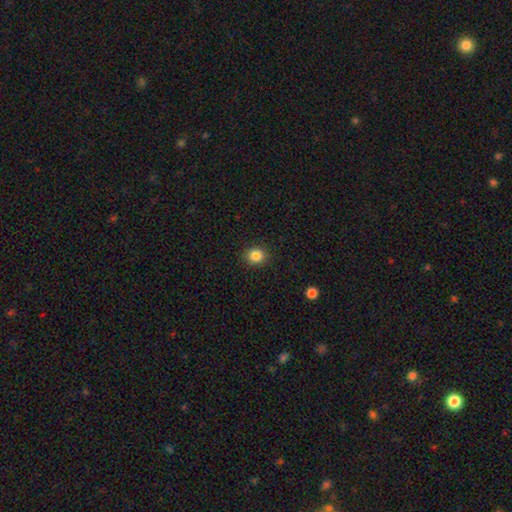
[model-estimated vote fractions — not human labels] Smooth or featured? Predicted: smooth (p=0.85). How rounded? Predicted: round (p=0.74). Merging? Predicted: none (p=0.90).